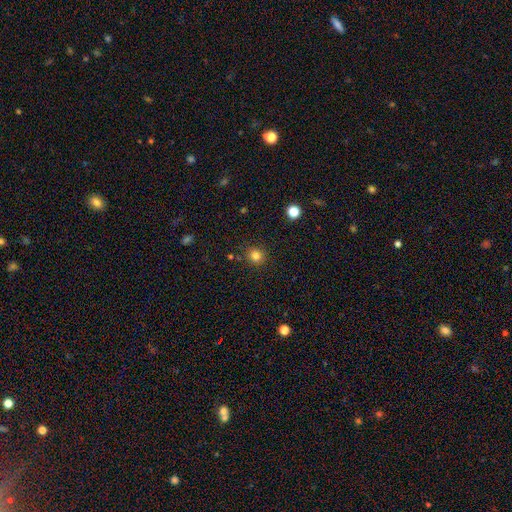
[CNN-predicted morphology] Smooth or featured: smooth — 82% (star or artifact — 13%)
How rounded: round — 88% (in between — 11%)
Merging: none — 87% (minor disturbance — 8%)